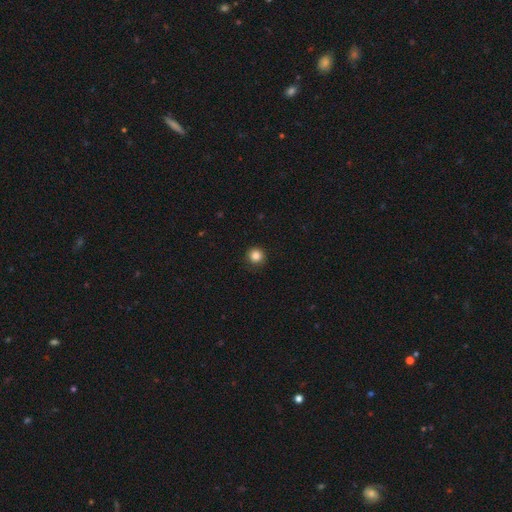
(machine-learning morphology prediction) This is clearly a smooth galaxy (85%). How rounded: clearly round (95%). Merging: clearly none (91%).